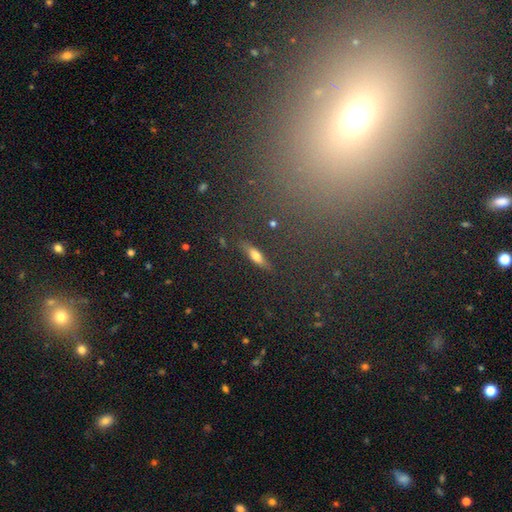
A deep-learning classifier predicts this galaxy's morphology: Smooth or featured?
  - smooth: 58% *
  - featured or disk: 32%
  - star or artifact: 11%
How rounded?
  - cigar-shaped: 61% *
  - in between: 34%
  - round: 4%
Merging?
  - none: 84% *
  - minor disturbance: 11%
  - major disturbance: 3%
  - merger: 2%